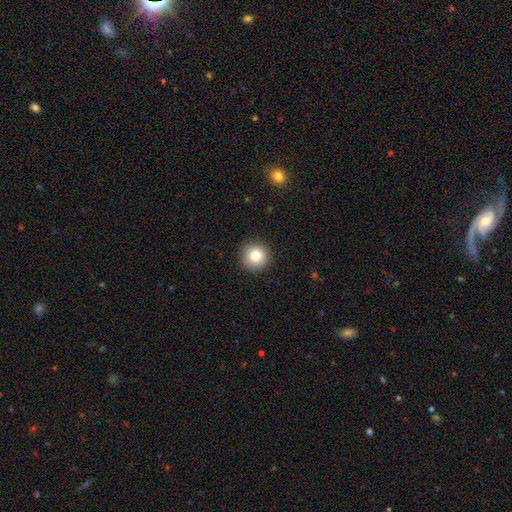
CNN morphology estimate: A smooth galaxy with no disk features (82%) that is round (95%). Merging: none (91%).